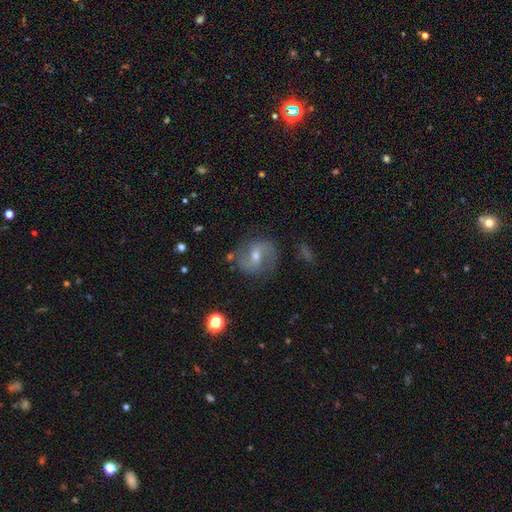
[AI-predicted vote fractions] smooth-or-featured: featured or disk: 71% | smooth: 19% | star or artifact: 10%
  disk-edge-on: no: 96% | yes: 4%
    bar: weak: 49% | no: 30% | strong: 21%
    has-spiral-arms: yes: 89% | no: 11%
      spiral-winding: medium: 48% | loose: 33% | tight: 19%
      spiral-arm-count: 2: 86% | can't tell: 7% | 1: 3% | 3: 2% | 4: 1% | more than 4: 1%
    bulge-size: moderate: 56% | small: 38% | large: 3% | none: 2% | dominant: 1%
  merging: none: 76% | minor disturbance: 15% | major disturbance: 7% | merger: 3%